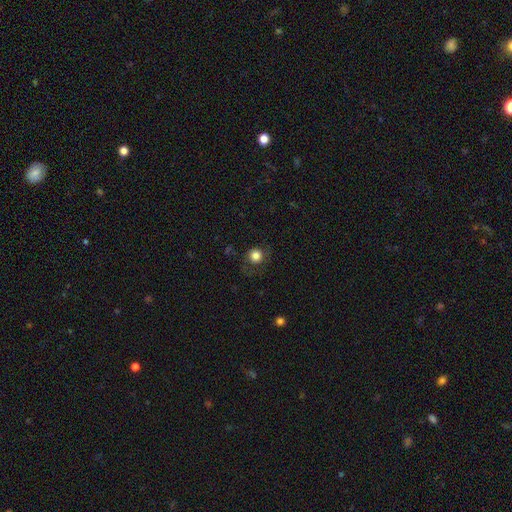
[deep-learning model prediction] A smooth galaxy with no disk features (80%) that is round (90%). Merging: none (74%).